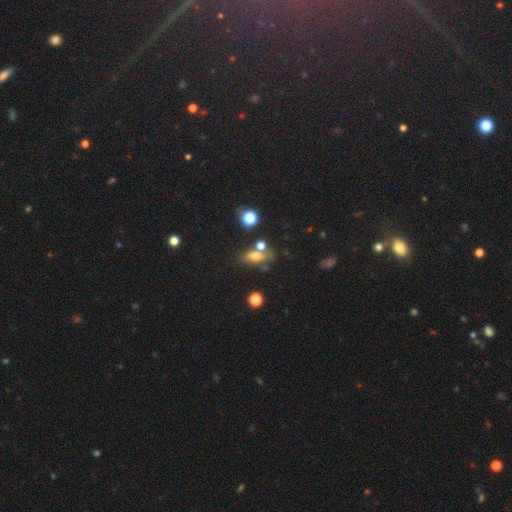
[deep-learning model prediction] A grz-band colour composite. It shows a smooth galaxy with no disk features (63%) that is in between round and cigar-shaped (74%). Merging: none (52%).